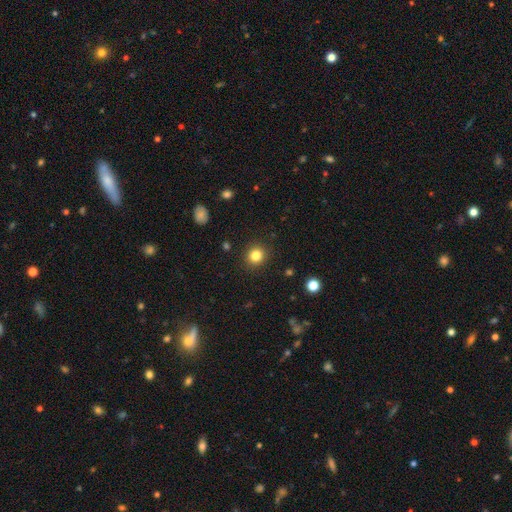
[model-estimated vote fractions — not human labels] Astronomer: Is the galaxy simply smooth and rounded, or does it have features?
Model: smooth — 83%.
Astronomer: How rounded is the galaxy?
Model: round — 86%.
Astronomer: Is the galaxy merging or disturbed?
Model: none — 90%.